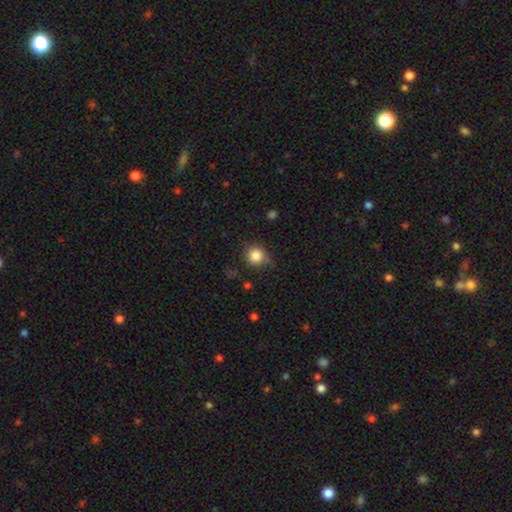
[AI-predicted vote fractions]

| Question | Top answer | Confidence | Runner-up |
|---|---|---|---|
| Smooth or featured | smooth | 84% | star or artifact (10%) |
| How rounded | round | 89% | in between (10%) |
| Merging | none | 75% | minor disturbance (18%) |